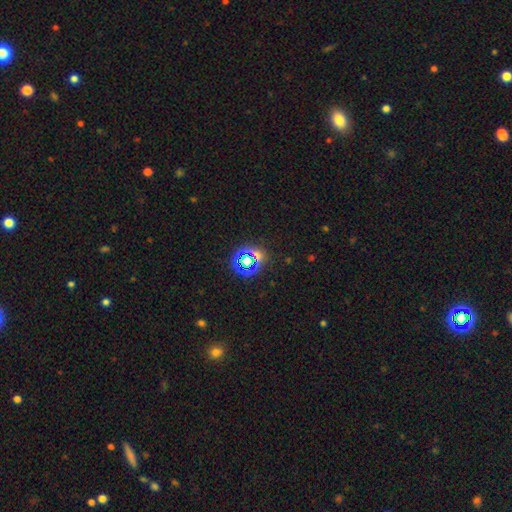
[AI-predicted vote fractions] Smooth or featured? Predicted: star or artifact (p=0.63).